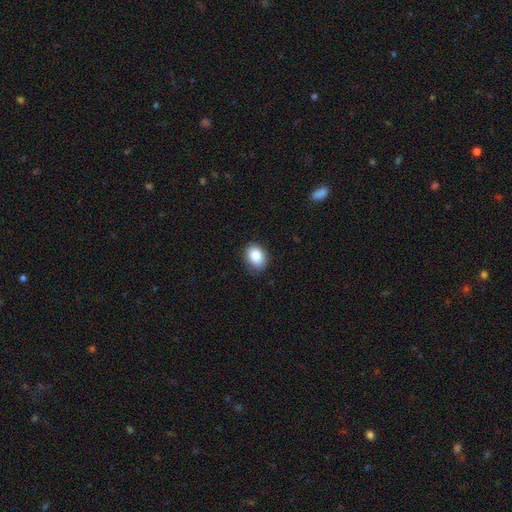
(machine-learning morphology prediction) Smooth or featured?
  - smooth: 87% *
  - star or artifact: 8%
  - featured or disk: 5%
How rounded?
  - in between: 73% *
  - round: 26%
  - cigar-shaped: 1%
Merging?
  - none: 81% *
  - minor disturbance: 15%
  - major disturbance: 3%
  - merger: 1%